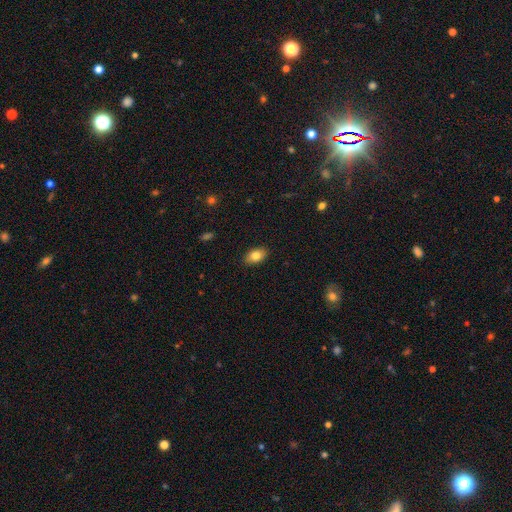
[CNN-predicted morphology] Smooth or featured? Predicted: smooth (p=0.83). How rounded? Predicted: in between (p=0.89). Merging? Predicted: none (p=0.88).